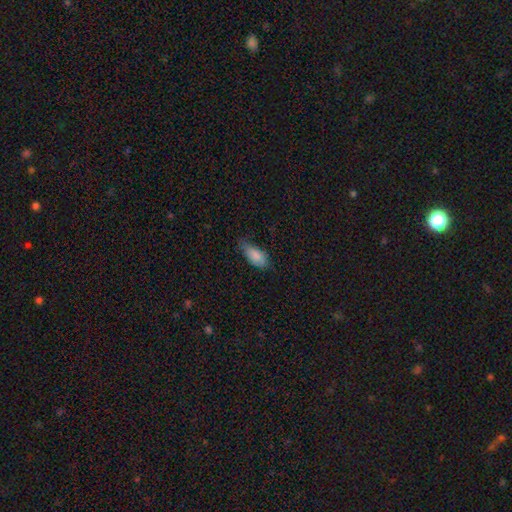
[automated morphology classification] Smooth or featured? Predicted: smooth (p=0.86). How rounded? Predicted: in between (p=0.87). Merging? Predicted: none (p=0.56).